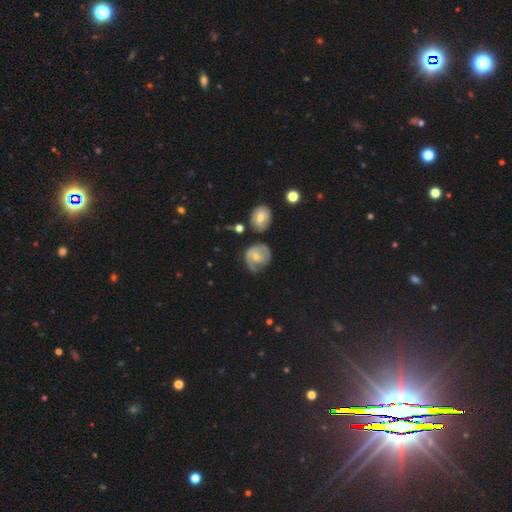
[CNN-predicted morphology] Q: Smooth or featured?
A: featured or disk (63%); runner-up: smooth (30%)
Q: Edge-on disk?
A: no (97%); runner-up: yes (3%)
Q: Bar?
A: no (69%); runner-up: weak (26%)
Q: Spiral arms?
A: yes (81%); runner-up: no (19%)
Q: Bulge size?
A: moderate (48%); runner-up: small (46%)
Q: Merging?
A: none (49%); runner-up: minor disturbance (27%)